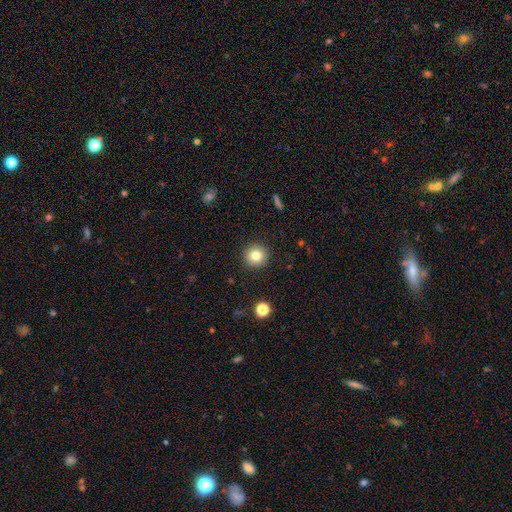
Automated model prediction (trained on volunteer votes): Smooth or featured? Predicted: smooth (p=0.81). How rounded? Predicted: round (p=0.94). Merging? Predicted: none (p=0.92).